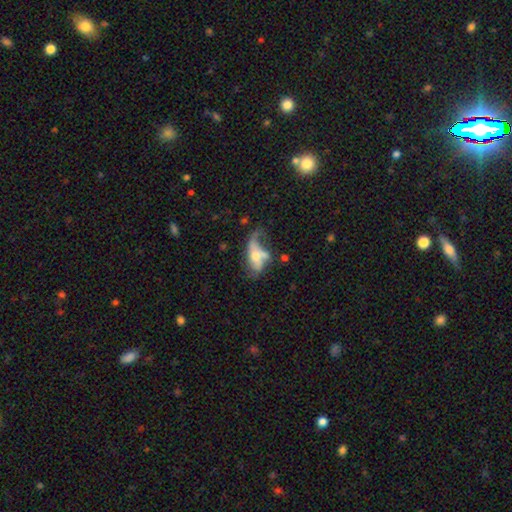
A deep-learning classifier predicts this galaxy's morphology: Smooth or featured? Predicted: featured or disk (p=0.52). Edge-on disk? Predicted: no (p=0.87). Merging? Predicted: major disturbance (p=0.34).